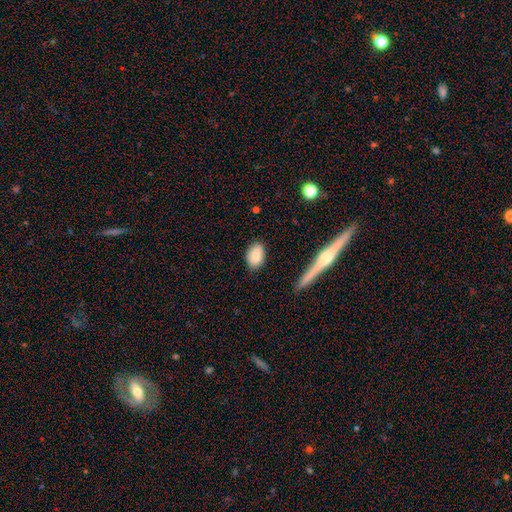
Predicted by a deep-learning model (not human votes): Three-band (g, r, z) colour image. It shows a smooth galaxy with no disk features (84%) that is in between round and cigar-shaped (88%). Merging: none (84%).